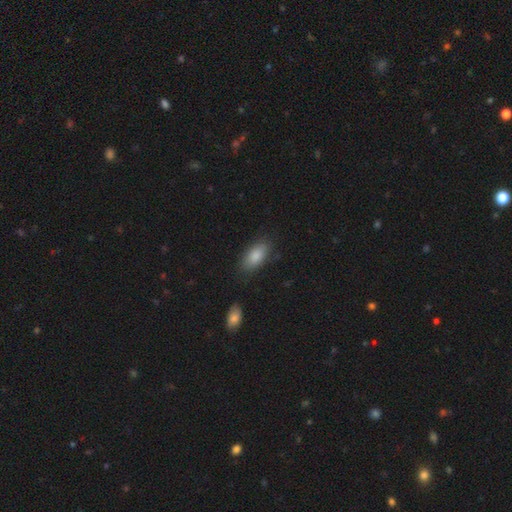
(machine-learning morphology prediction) smooth_or_featured: smooth (p=0.85) [alt: featured or disk p=0.08]
how_rounded: in between (p=0.91) [alt: cigar-shaped p=0.06]
merging: none (p=0.79) [alt: minor disturbance p=0.15]